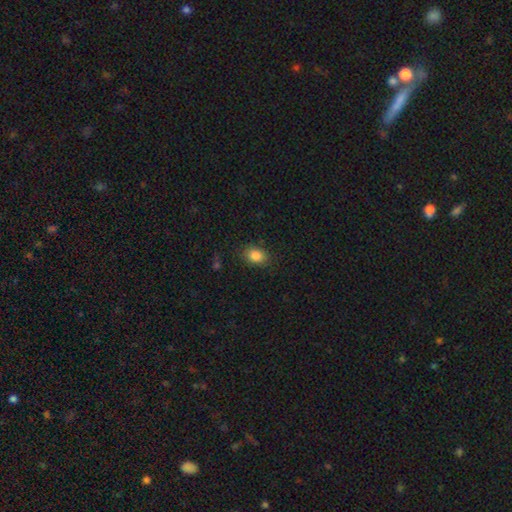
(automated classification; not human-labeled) Smooth or featured: smooth — 85% (star or artifact — 10%)
How rounded: in between — 70% (round — 29%)
Merging: none — 84% (minor disturbance — 12%)